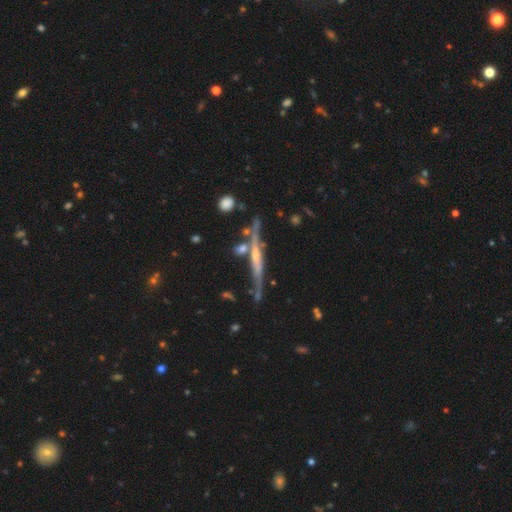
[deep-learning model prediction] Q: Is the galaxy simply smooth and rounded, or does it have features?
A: featured or disk — 76%.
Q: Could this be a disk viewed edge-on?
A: yes — 94%.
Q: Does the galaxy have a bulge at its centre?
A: rounded — 56%.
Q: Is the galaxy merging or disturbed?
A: none — 71%.